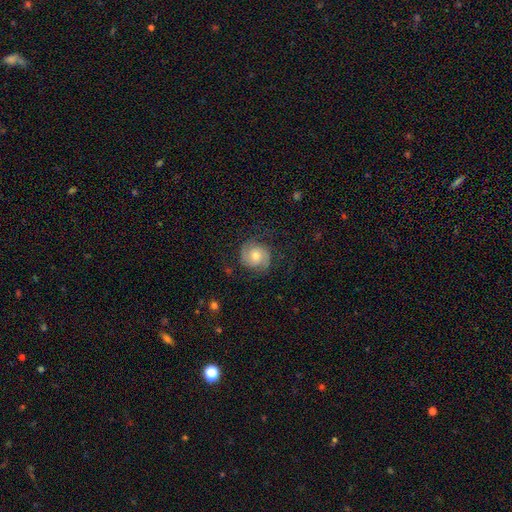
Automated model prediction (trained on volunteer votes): smooth_or_featured: featured or disk (p=0.69) [alt: smooth p=0.23]
disk_edge_on: no (p=0.98) [alt: yes p=0.02]
bar: no (p=0.69) [alt: weak p=0.26]
has_spiral_arms: yes (p=0.92) [alt: no p=0.08]
spiral_winding: medium (p=0.43) [alt: tight p=0.40]
spiral_arm_count: 2 (p=0.79) [alt: can't tell p=0.09]
bulge_size: moderate (p=0.65) [alt: small p=0.29]
merging: none (p=0.75) [alt: minor disturbance p=0.16]